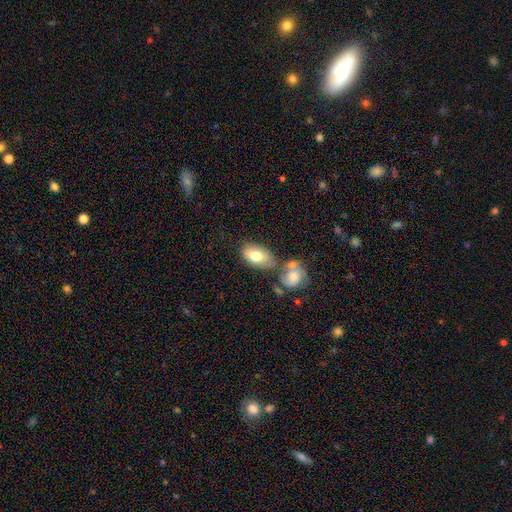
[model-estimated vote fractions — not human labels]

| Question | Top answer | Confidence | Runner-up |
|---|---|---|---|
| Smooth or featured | smooth | 73% | featured or disk (20%) |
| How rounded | in between | 92% | round (6%) |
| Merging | none | 50% | merger (26%) |